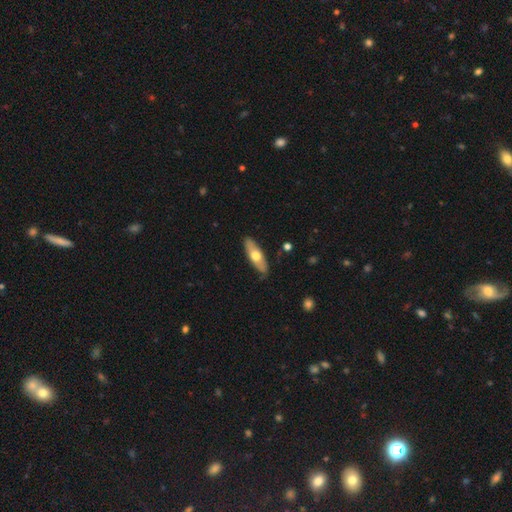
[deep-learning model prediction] Smooth or featured? smooth (55%)
How rounded? in between (56%)
Merging? none (83%)